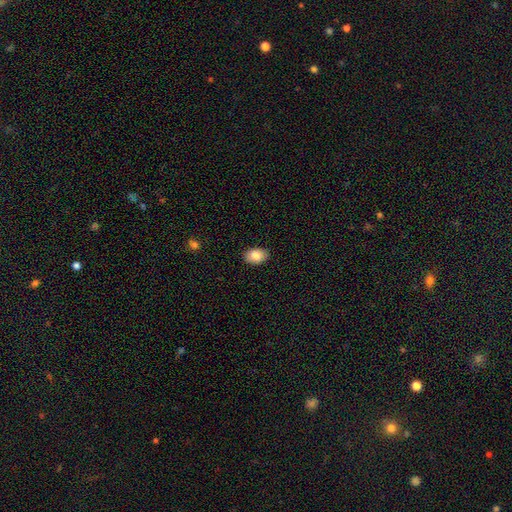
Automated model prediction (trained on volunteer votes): Smooth or featured? smooth (83%)
How rounded? in between (82%)
Merging? none (88%)